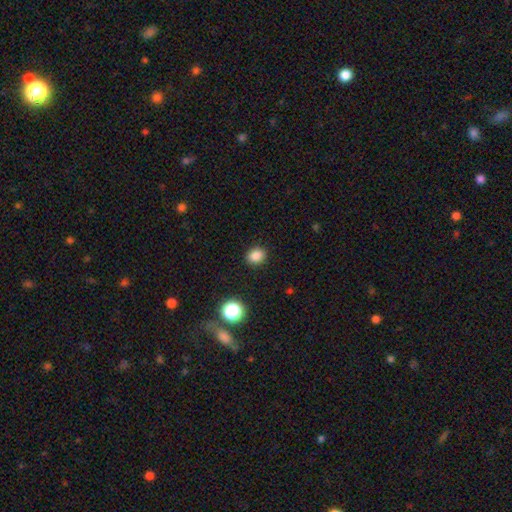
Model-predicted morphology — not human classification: Smooth or featured: smooth — 85% (star or artifact — 12%)
How rounded: round — 55% (in between — 44%)
Merging: none — 88% (minor disturbance — 8%)